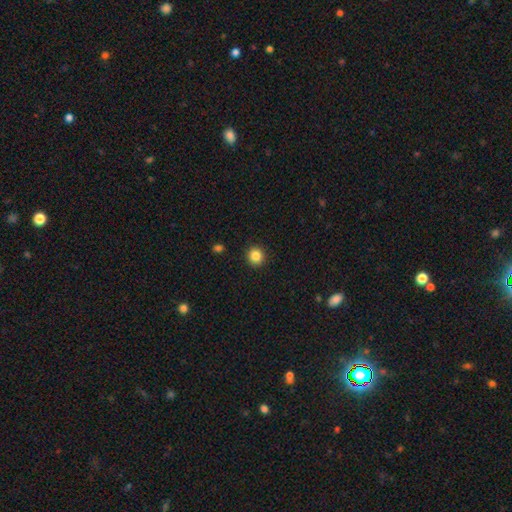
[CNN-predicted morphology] smooth-or-featured: smooth: 85% | star or artifact: 11% | featured or disk: 5%
  how-rounded: round: 91% | in between: 8% | cigar-shaped: 1%
  merging: none: 92% | minor disturbance: 5% | major disturbance: 2% | merger: 1%